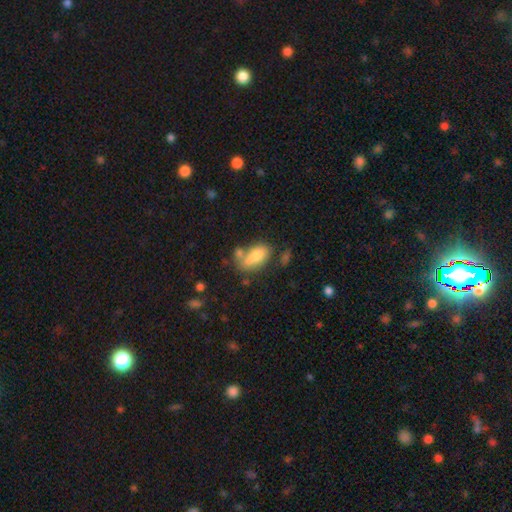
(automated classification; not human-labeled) A smooth galaxy with no disk features (75%) that is in between round and cigar-shaped (89%).

Vote fractions:
- Smooth or featured? smooth: 75% / featured or disk: 16% / star or artifact: 8%
- How rounded? in between: 89% / round: 7% / cigar-shaped: 5%
- Merging? none: 44% / merger: 25% / minor disturbance: 21% / major disturbance: 10%